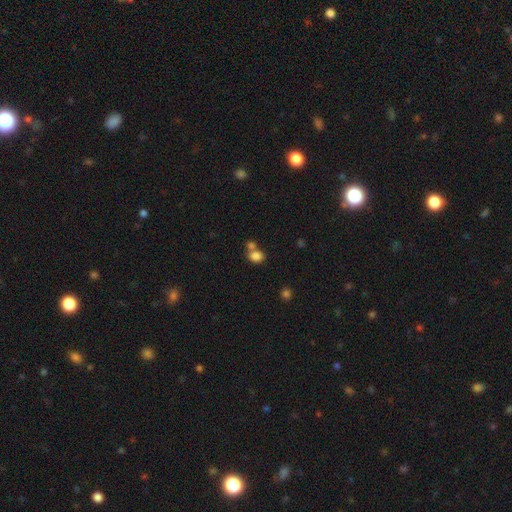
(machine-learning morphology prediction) Smooth or featured: smooth — 82% (star or artifact — 10%)
How rounded: in between — 54% (round — 45%)
Merging: none — 44% (merger — 42%)